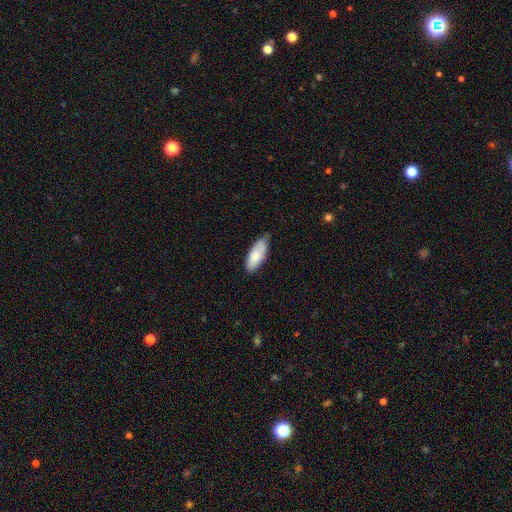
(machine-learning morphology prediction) smooth_or_featured: smooth (p=0.82) [alt: featured or disk p=0.12]
how_rounded: in between (p=0.80) [alt: cigar-shaped p=0.18]
merging: none (p=0.70) [alt: minor disturbance p=0.26]